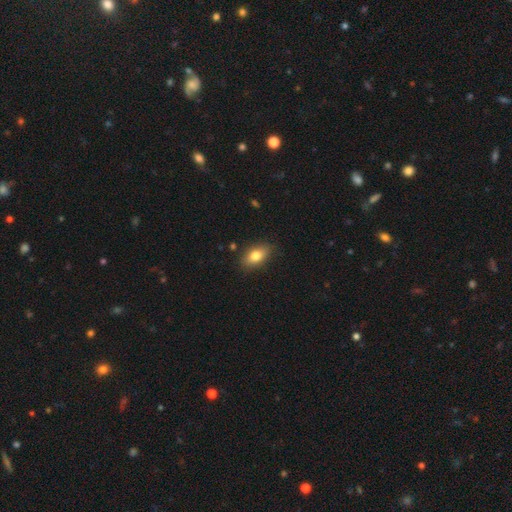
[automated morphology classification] smooth-or-featured: smooth: 80% | featured or disk: 12% | star or artifact: 8%
  how-rounded: in between: 87% | round: 9% | cigar-shaped: 4%
  merging: none: 85% | minor disturbance: 11% | major disturbance: 2% | merger: 1%